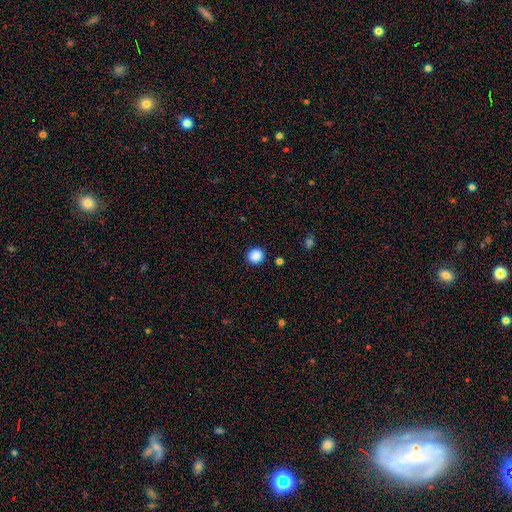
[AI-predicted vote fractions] Q: Smooth or featured?
A: smooth (88%); runner-up: star or artifact (9%)
Q: How rounded?
A: round (90%); runner-up: in between (9%)
Q: Merging?
A: none (89%); runner-up: minor disturbance (7%)